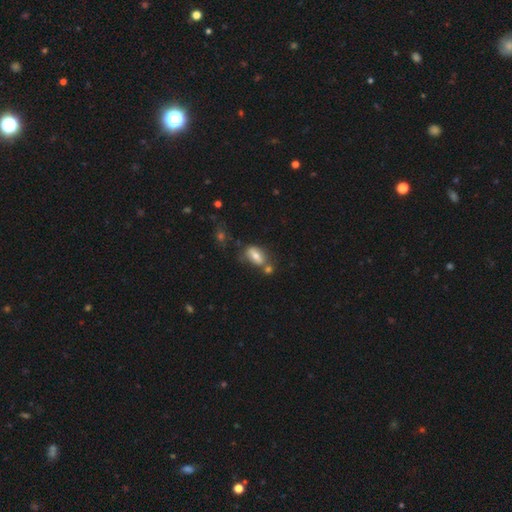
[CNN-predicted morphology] Smooth or featured: smooth — 67% (featured or disk — 23%)
How rounded: in between — 85% (round — 8%)
Merging: none — 44% (merger — 30%)